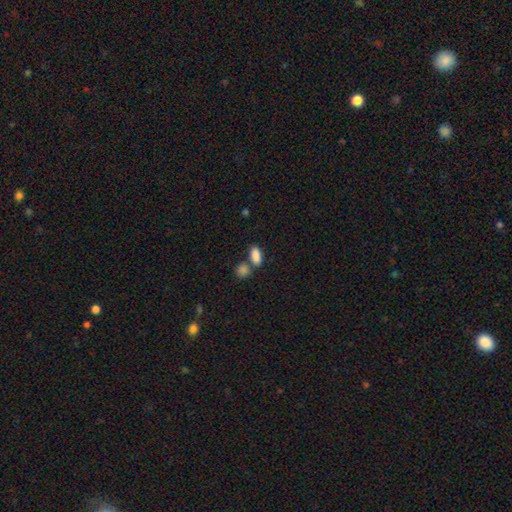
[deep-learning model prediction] smooth_or_featured: smooth (p=0.86) [alt: star or artifact p=0.08]
how_rounded: in between (p=0.86) [alt: cigar-shaped p=0.07]
merging: none (p=0.52) [alt: merger p=0.33]